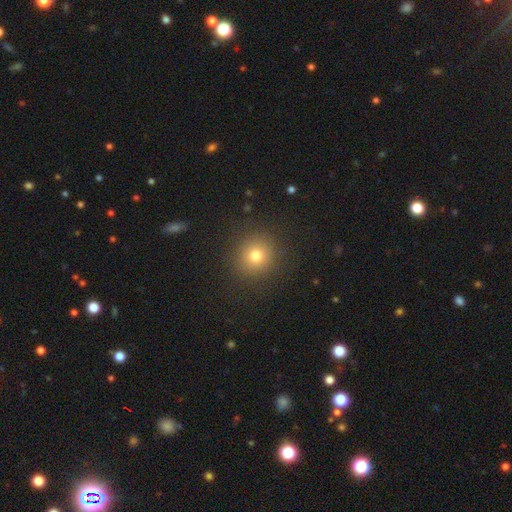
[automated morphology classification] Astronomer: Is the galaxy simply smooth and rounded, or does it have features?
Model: smooth — 76%.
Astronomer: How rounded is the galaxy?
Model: round — 93%.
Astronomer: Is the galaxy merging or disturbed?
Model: none — 90%.